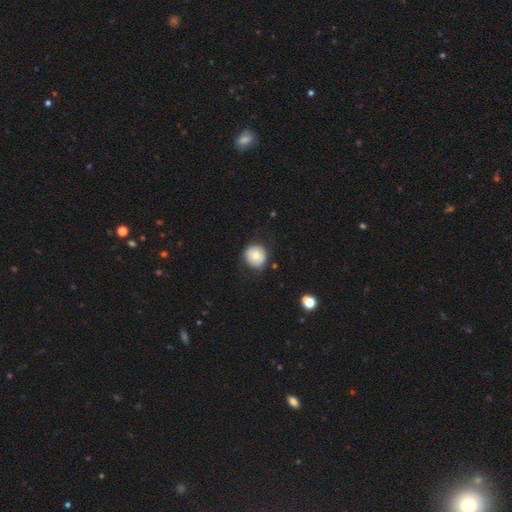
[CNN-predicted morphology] smooth_or_featured: smooth (p=0.72) [alt: featured or disk p=0.20]
how_rounded: round (p=0.89) [alt: in between p=0.10]
merging: none (p=0.79) [alt: minor disturbance p=0.15]